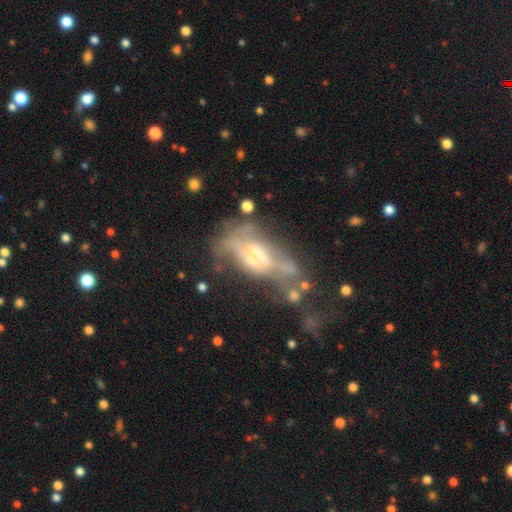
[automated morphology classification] Smooth or featured: featured or disk — 60% (smooth — 26%)
Edge-on disk: no — 80% (yes — 20%)
Merging: major disturbance — 41% (merger — 26%)